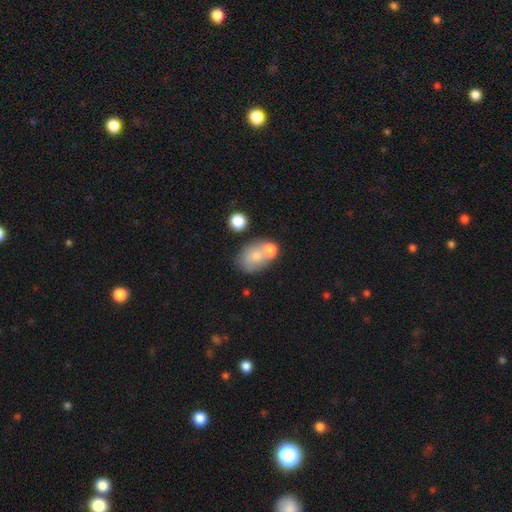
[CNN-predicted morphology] This appears to be a smooth galaxy with no disk features (72%) that is in between round and cigar-shaped (71%). Merging: merger (43%).